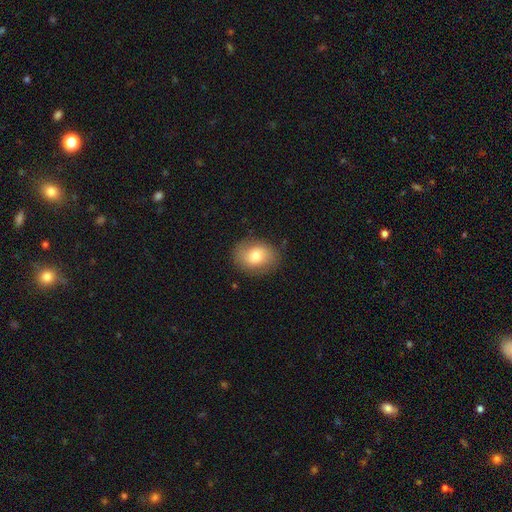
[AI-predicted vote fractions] Smooth or featured? Predicted: smooth (p=0.73). How rounded? Predicted: in between (p=0.57). Merging? Predicted: none (p=0.81).